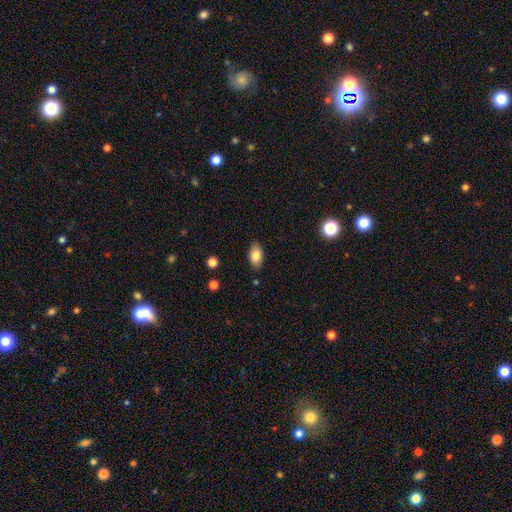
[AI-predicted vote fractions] smooth_or_featured: smooth (p=0.82) [alt: featured or disk p=0.10]
how_rounded: in between (p=0.92) [alt: round p=0.04]
merging: none (p=0.86) [alt: minor disturbance p=0.10]